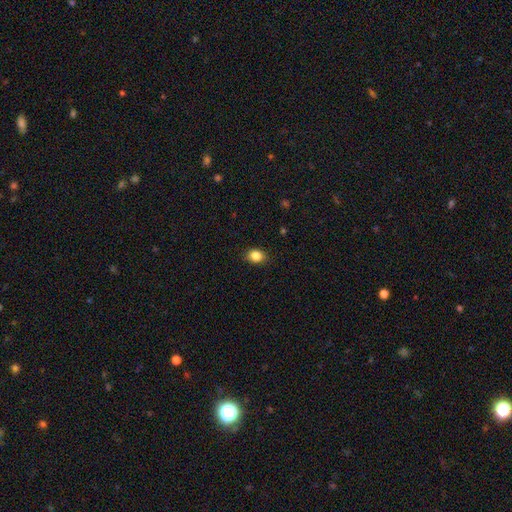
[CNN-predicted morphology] Overall: smooth (85%). How rounded: in between (56%; round 43%). Merging: none (88%).